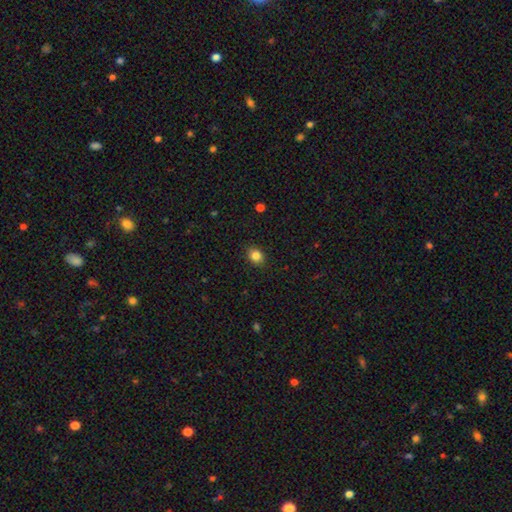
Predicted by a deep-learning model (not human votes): Smooth or featured: smooth — 85% (star or artifact — 11%)
How rounded: round — 62% (in between — 37%)
Merging: none — 89% (minor disturbance — 8%)